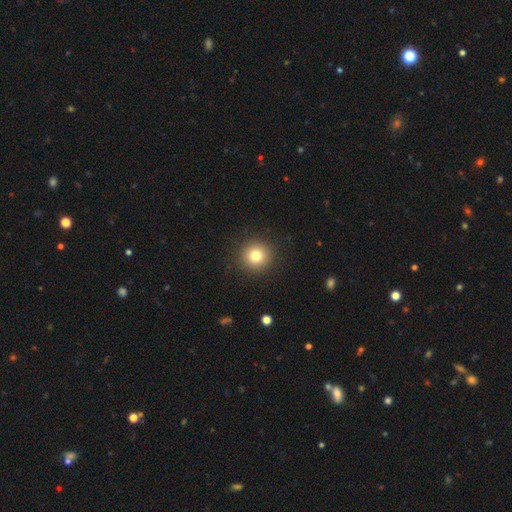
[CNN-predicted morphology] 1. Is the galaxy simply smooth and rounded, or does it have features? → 80% smooth, 12% star or artifact, 8% featured or disk.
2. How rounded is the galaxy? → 95% round, 4% in between, 1% cigar-shaped.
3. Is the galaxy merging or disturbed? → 92% none, 5% minor disturbance, 2% major disturbance, 1% merger.